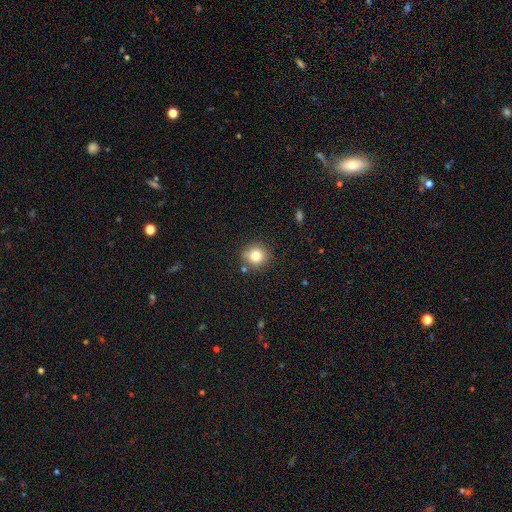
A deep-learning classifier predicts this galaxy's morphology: type=smooth (80%); roundness=round (91%); merging=none (84%).